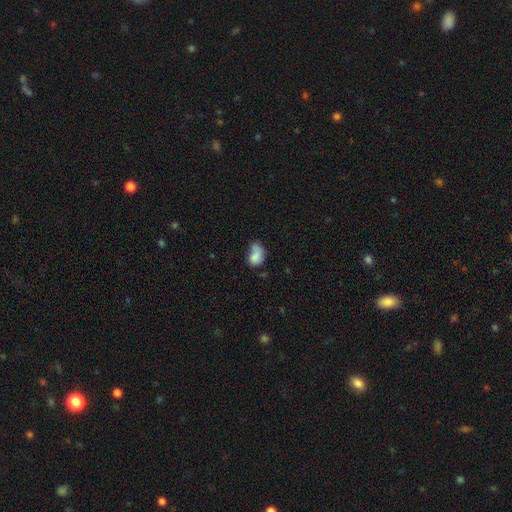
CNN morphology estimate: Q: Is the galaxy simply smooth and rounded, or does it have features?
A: smooth — 73%.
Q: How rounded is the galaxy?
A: in between — 80%.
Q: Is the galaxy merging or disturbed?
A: none — 28%.